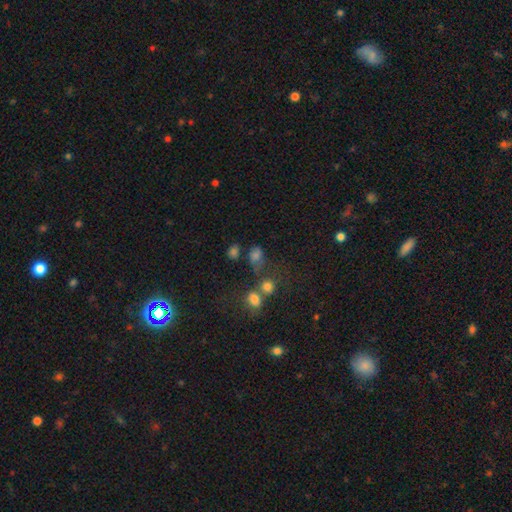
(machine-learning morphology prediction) A smooth galaxy with no disk features (69%) that is in between round and cigar-shaped (58%). Merging: none (45%).